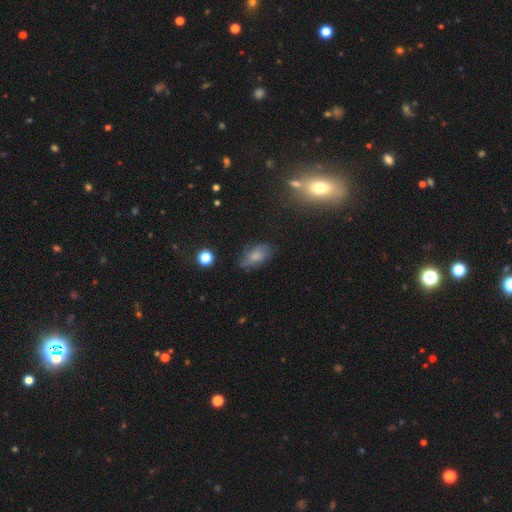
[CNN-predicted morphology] smooth 63%, featured or disk 24%, star or artifact 13%. Down the decision tree: how rounded — in between (89%); merging — none (63%).